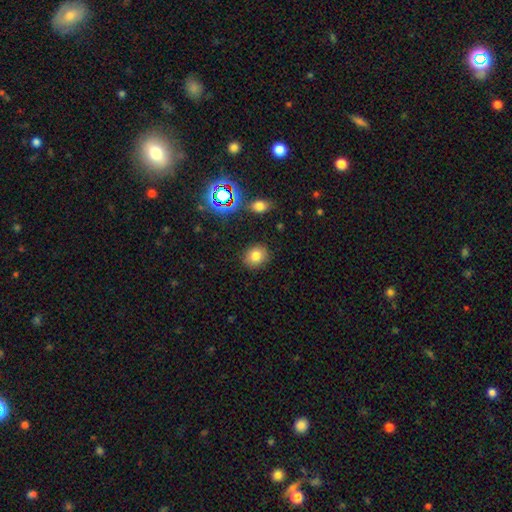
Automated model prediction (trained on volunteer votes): This appears to be a smooth galaxy with no disk features (78%) that is round (66%). Merging: none (87%).